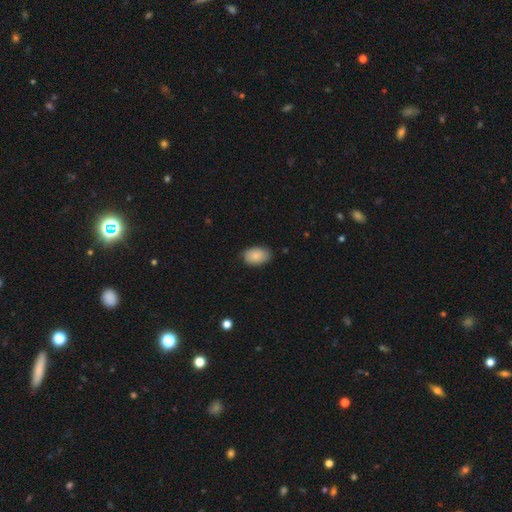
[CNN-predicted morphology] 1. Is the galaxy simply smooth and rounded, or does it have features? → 87% smooth, 6% star or artifact, 6% featured or disk.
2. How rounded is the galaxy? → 89% in between, 10% round, 1% cigar-shaped.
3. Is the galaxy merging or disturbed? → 82% none, 15% minor disturbance, 2% major disturbance, 1% merger.